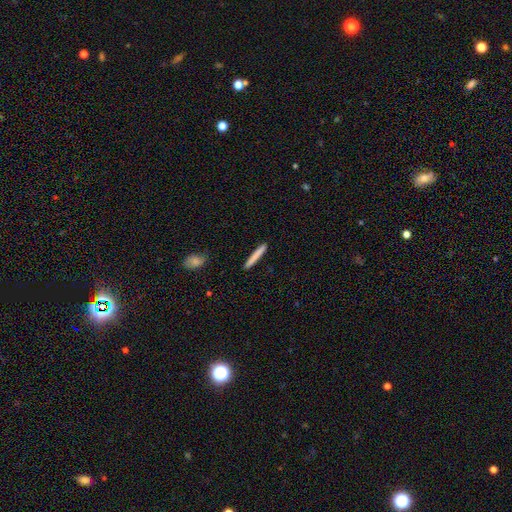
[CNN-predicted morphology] smooth-or-featured: smooth: 78% | featured or disk: 17% | star or artifact: 5%
  how-rounded: cigar-shaped: 96% | in between: 3% | round: 1%
  merging: none: 91% | minor disturbance: 6% | major disturbance: 1% | merger: 1%